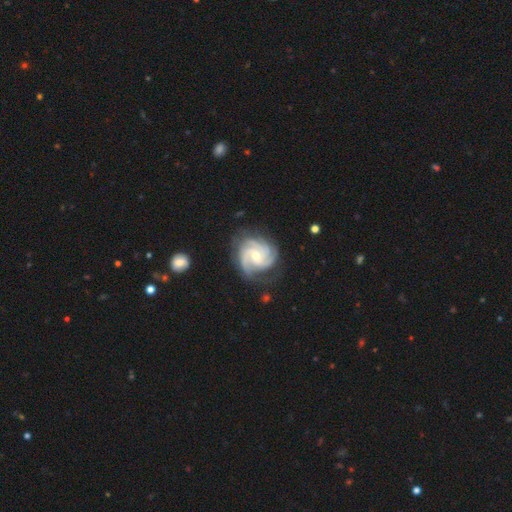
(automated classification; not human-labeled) Q: Smooth or featured?
A: featured or disk (91%); runner-up: smooth (5%)
Q: Edge-on disk?
A: no (98%); runner-up: yes (2%)
Q: Bar?
A: no (57%); runner-up: weak (35%)
Q: Spiral arms?
A: yes (98%); runner-up: no (2%)
Q: Spiral winding?
A: tight (62%); runner-up: medium (33%)
Q: Spiral arm count?
A: 3 (41%); runner-up: 4 (28%)
Q: Bulge size?
A: small (51%); runner-up: moderate (45%)
Q: Merging?
A: none (75%); runner-up: minor disturbance (18%)